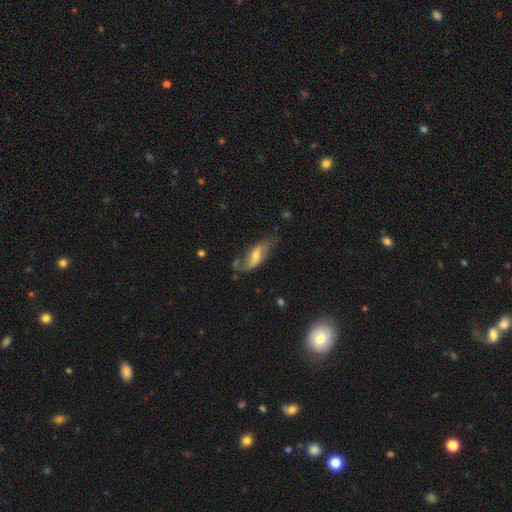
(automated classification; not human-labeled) A featured or disk galaxy (71%) with a weak bar (44%), 2 (86%) loose (75%) spiral arms (88%) and a moderate central bulge (49%).

Vote fractions:
- Smooth or featured? featured or disk: 71% / smooth: 22% / star or artifact: 7%
- Edge-on disk? no: 88% / yes: 12%
- Bar? weak: 44% / no: 30% / strong: 26%
- Spiral arms? yes: 88% / no: 12%
- Spiral winding? loose: 75% / medium: 19% / tight: 6%
- Spiral arm count? 2: 86% / can't tell: 6% / 1: 5% / 3: 1% / 4: 1% / more than 4: 1%
- Bulge size? moderate: 49% / small: 40% / large: 5% / none: 4% / dominant: 1%
- Merging? none: 62% / minor disturbance: 23% / major disturbance: 11% / merger: 4%